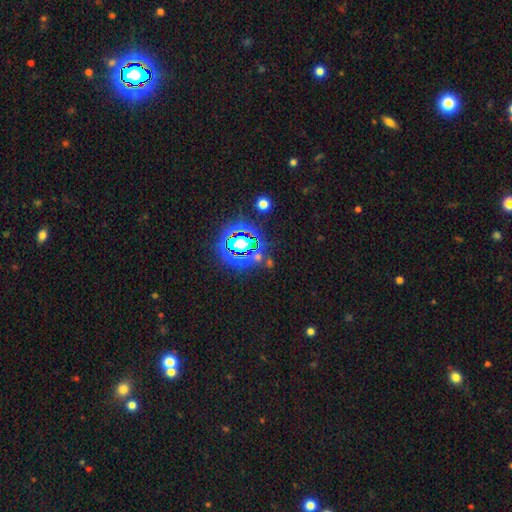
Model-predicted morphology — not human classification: This appears to be a star or artifact, not a galaxy (76%).